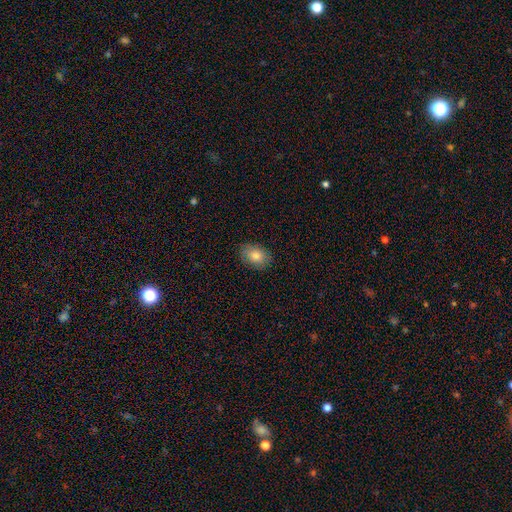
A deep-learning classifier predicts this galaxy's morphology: Q: Smooth or featured?
A: smooth (82%); runner-up: featured or disk (11%)
Q: How rounded?
A: in between (76%); runner-up: round (23%)
Q: Merging?
A: none (84%); runner-up: minor disturbance (13%)